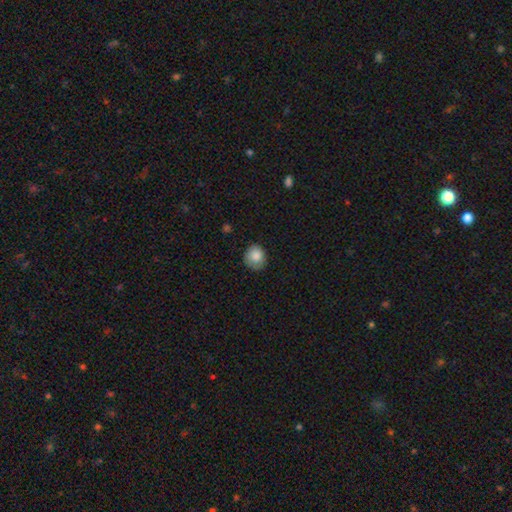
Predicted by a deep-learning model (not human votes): A smooth galaxy with no disk features (84%) that is round (76%).

Vote fractions:
- Smooth or featured? smooth: 84% / star or artifact: 9% / featured or disk: 7%
- How rounded? round: 76% / in between: 23% / cigar-shaped: 1%
- Merging? none: 74% / minor disturbance: 21% / major disturbance: 4% / merger: 1%